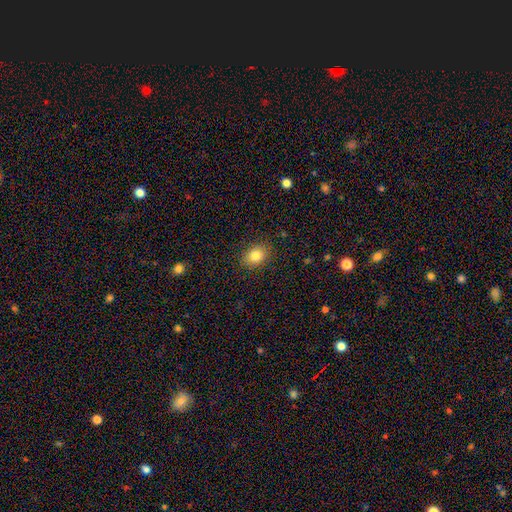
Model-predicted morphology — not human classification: A smooth galaxy with no disk features (83%) that is in between round and cigar-shaped (63%).

Vote fractions:
- Smooth or featured? smooth: 83% / star or artifact: 10% / featured or disk: 7%
- How rounded? in between: 63% / round: 36% / cigar-shaped: 1%
- Merging? none: 88% / minor disturbance: 9% / major disturbance: 2% / merger: 1%